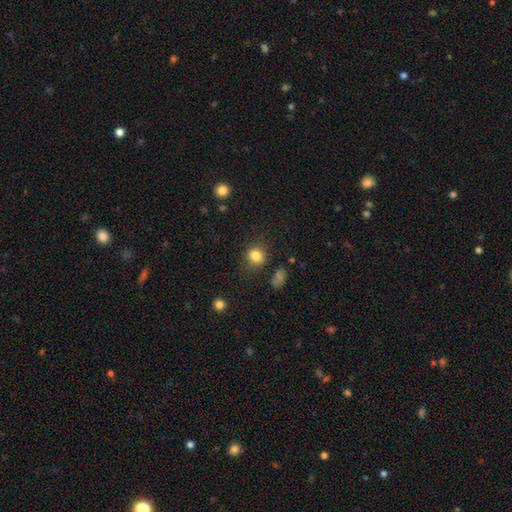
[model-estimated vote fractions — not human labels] Smooth or featured? smooth (81%)
How rounded? round (70%)
Merging? none (76%)